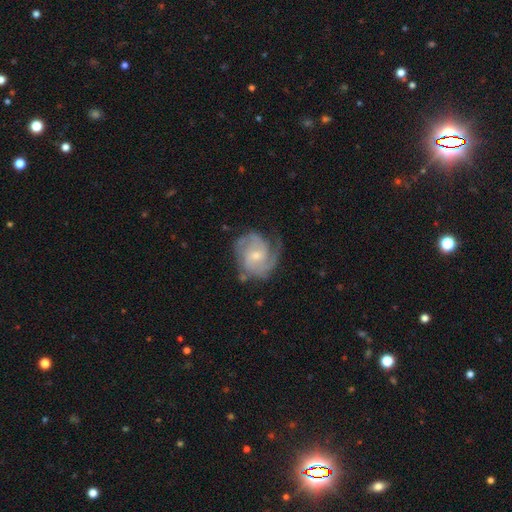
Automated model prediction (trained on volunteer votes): smooth_or_featured: featured or disk (p=0.86) [alt: smooth p=0.09]
disk_edge_on: no (p=0.98) [alt: yes p=0.02]
bar: no (p=0.52) [alt: weak p=0.42]
has_spiral_arms: yes (p=0.96) [alt: no p=0.04]
spiral_winding: tight (p=0.48) [alt: medium p=0.41]
spiral_arm_count: 2 (p=0.47) [alt: 3 p=0.22]
bulge_size: small (p=0.57) [alt: moderate p=0.39]
merging: none (p=0.65) [alt: minor disturbance p=0.22]